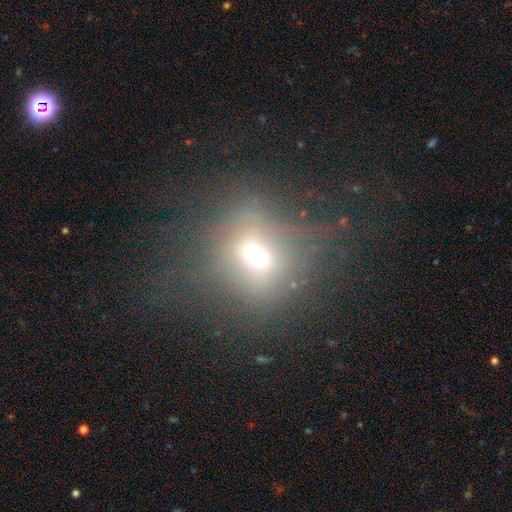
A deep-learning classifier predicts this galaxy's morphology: Smooth or featured?
  - smooth: 59% *
  - star or artifact: 27%
  - featured or disk: 15%
How rounded?
  - round: 78% *
  - in between: 20%
  - cigar-shaped: 1%
Merging?
  - none: 65% *
  - minor disturbance: 15%
  - major disturbance: 15%
  - merger: 5%